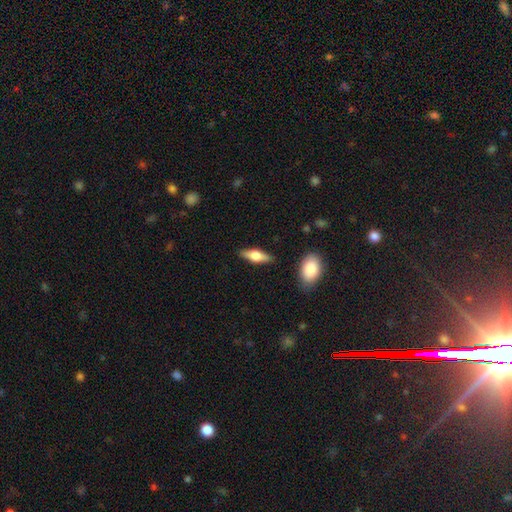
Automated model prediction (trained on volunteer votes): Morphology: type=smooth (48%); merging=none (87%).